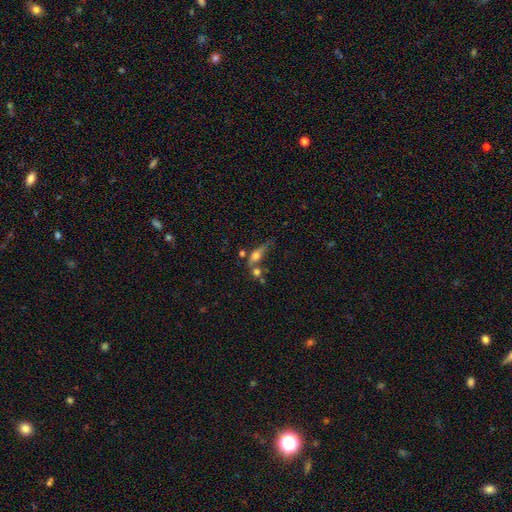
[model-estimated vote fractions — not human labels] A smooth galaxy with no disk features (55%) that is in between round and cigar-shaped (49%).

Vote fractions:
- Smooth or featured? smooth: 55% / featured or disk: 34% / star or artifact: 11%
- How rounded? in between: 49% / cigar-shaped: 42% / round: 9%
- Merging? none: 36% / merger: 34% / minor disturbance: 17% / major disturbance: 13%